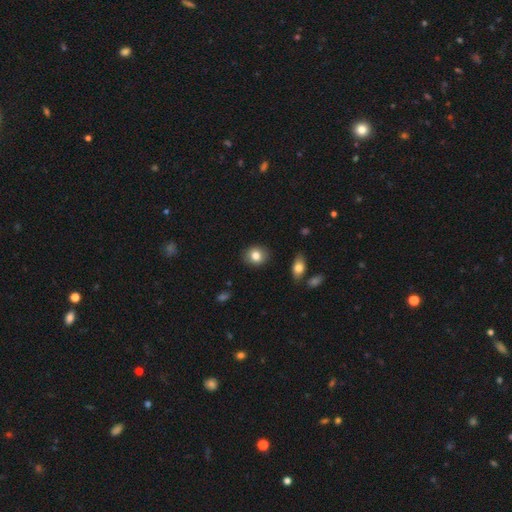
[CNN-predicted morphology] Overall: smooth (82%). How rounded: round (73%). Merging: none (89%).